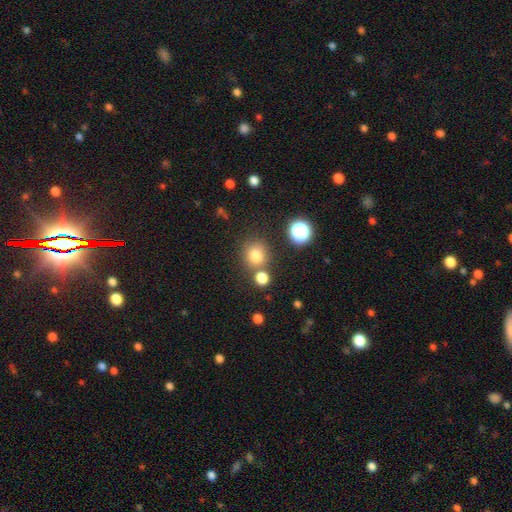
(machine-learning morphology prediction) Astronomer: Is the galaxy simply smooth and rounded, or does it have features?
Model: smooth — 78%.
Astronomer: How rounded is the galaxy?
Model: round — 88%.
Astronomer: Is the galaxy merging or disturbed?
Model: none — 75%.